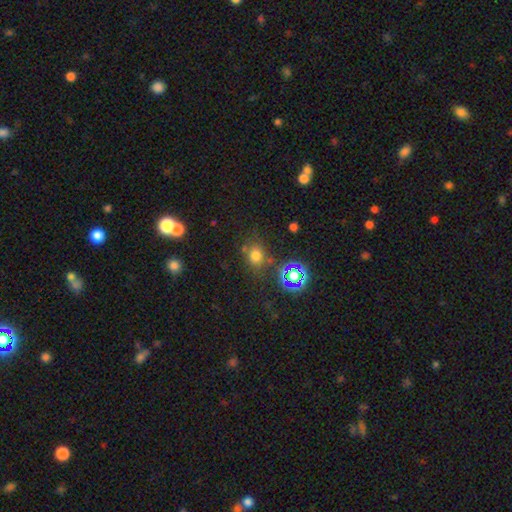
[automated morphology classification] smooth 66%, star or artifact 25%, featured or disk 8%. Down the decision tree: how rounded — round (66%); merging — none (71%).